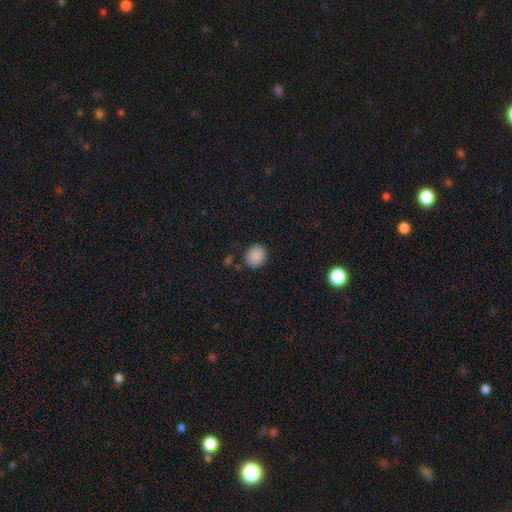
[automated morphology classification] Smooth or featured?
  - smooth: 88% *
  - star or artifact: 9%
  - featured or disk: 3%
How rounded?
  - round: 72% *
  - in between: 28%
  - cigar-shaped: 1%
Merging?
  - none: 82% *
  - minor disturbance: 11%
  - merger: 4%
  - major disturbance: 3%